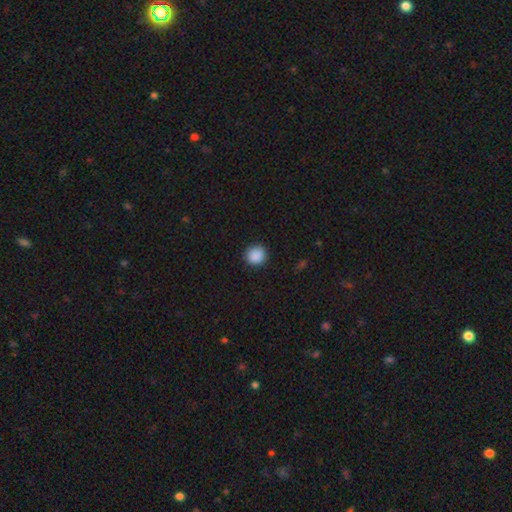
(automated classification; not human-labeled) Q: Smooth or featured?
A: smooth (89%); runner-up: star or artifact (9%)
Q: How rounded?
A: round (92%); runner-up: in between (7%)
Q: Merging?
A: none (91%); runner-up: minor disturbance (6%)